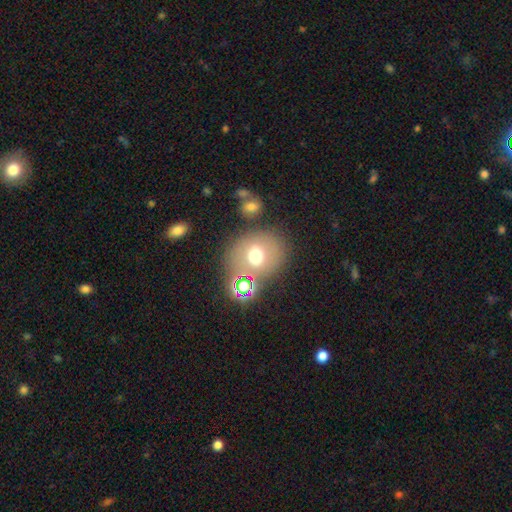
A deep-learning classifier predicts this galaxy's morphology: A smooth galaxy with no disk features (55%) that is round (71%). Merging: none (64%).